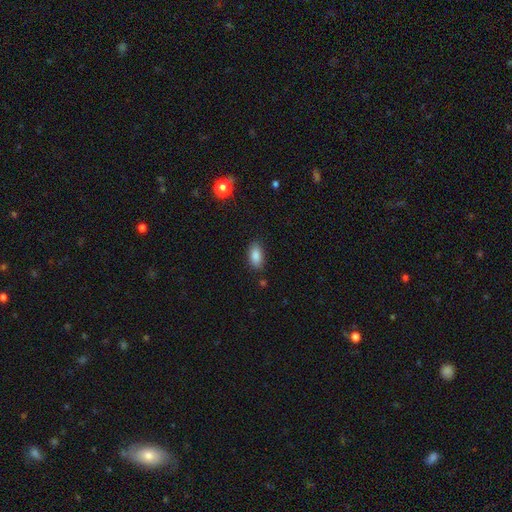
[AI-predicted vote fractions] Smooth or featured: smooth — 87% (star or artifact — 8%)
How rounded: in between — 90% (cigar-shaped — 5%)
Merging: none — 84% (minor disturbance — 12%)